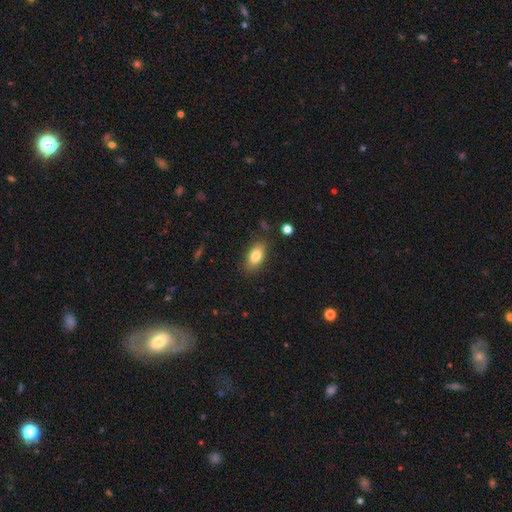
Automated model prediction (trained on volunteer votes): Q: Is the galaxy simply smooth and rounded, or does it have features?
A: smooth — 82%.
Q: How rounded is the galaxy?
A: in between — 88%.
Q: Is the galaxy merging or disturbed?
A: none — 82%.